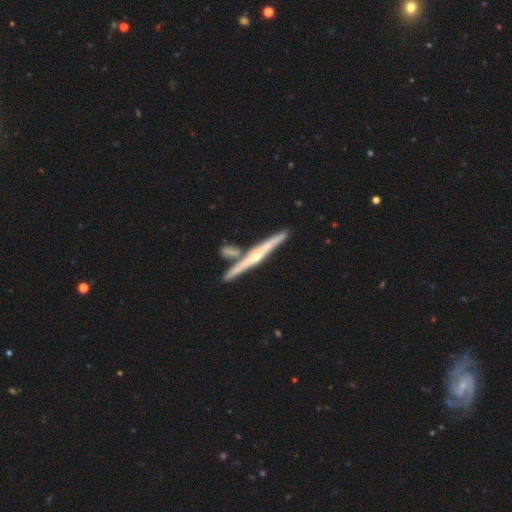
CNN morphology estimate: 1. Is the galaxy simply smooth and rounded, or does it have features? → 78% featured or disk, 17% smooth, 5% star or artifact.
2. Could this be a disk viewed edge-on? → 97% yes, 3% no.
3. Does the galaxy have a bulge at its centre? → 77% rounded, 17% none, 6% boxy.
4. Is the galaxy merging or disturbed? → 77% none, 12% merger, 9% minor disturbance, 2% major disturbance.